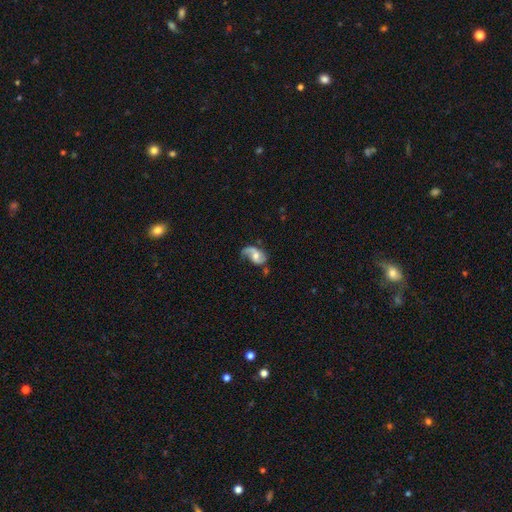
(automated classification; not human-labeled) Q: Smooth or featured?
A: featured or disk (79%); runner-up: smooth (15%)
Q: Edge-on disk?
A: no (97%); runner-up: yes (3%)
Q: Bar?
A: no (57%); runner-up: weak (35%)
Q: Spiral arms?
A: yes (93%); runner-up: no (7%)
Q: Spiral winding?
A: loose (52%); runner-up: medium (37%)
Q: Spiral arm count?
A: 2 (70%); runner-up: 1 (23%)
Q: Bulge size?
A: moderate (61%); runner-up: small (26%)
Q: Merging?
A: none (49%); runner-up: minor disturbance (26%)